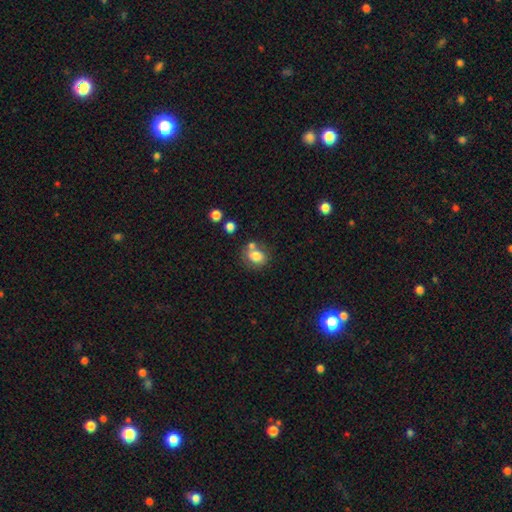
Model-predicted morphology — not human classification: The model was most divided on "how rounded": in between: 50%, round: 49%, cigar-shaped: 1%. More confident: smooth or featured — smooth (78%); merging — none (56%).